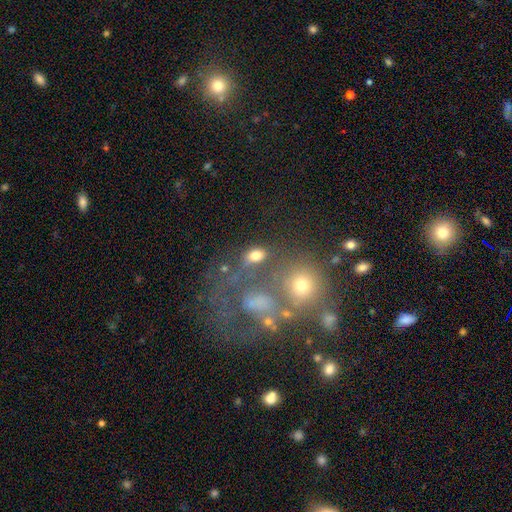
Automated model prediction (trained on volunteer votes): Smooth or featured? smooth (73%)
How rounded? in between (73%)
Merging? none (57%)